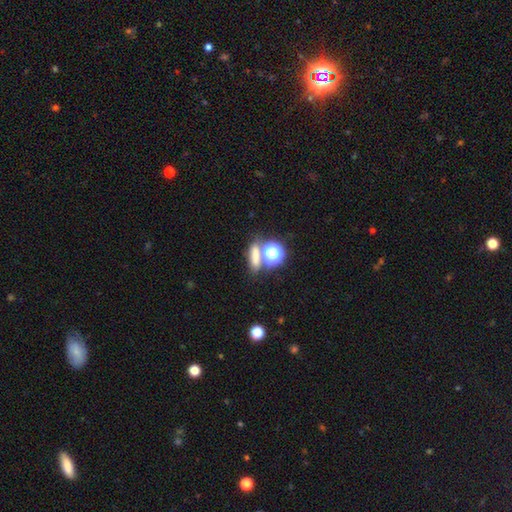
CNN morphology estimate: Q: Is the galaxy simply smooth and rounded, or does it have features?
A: smooth — 68%.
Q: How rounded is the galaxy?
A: in between — 40%.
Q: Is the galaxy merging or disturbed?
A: none — 62%.